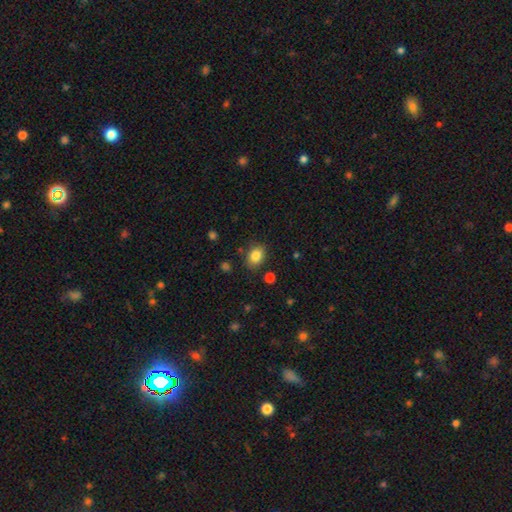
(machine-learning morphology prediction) Q: Smooth or featured?
A: smooth (84%); runner-up: star or artifact (9%)
Q: How rounded?
A: in between (67%); runner-up: round (32%)
Q: Merging?
A: none (82%); runner-up: minor disturbance (12%)